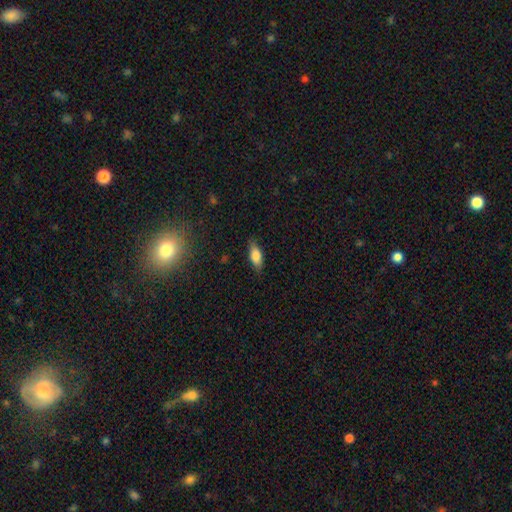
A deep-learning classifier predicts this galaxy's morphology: A smooth galaxy with no disk features (79%) that is in between round and cigar-shaped (79%).

Vote fractions:
- Smooth or featured? smooth: 79% / featured or disk: 14% / star or artifact: 8%
- How rounded? in between: 79% / cigar-shaped: 17% / round: 3%
- Merging? none: 80% / minor disturbance: 15% / major disturbance: 3% / merger: 1%